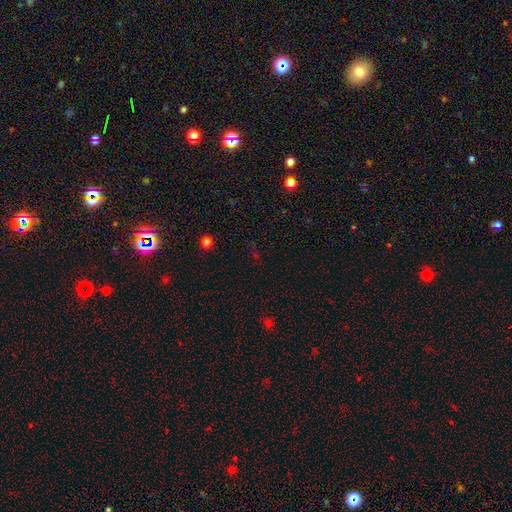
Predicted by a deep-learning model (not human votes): A star or artifact, not a galaxy (62%).

Vote fractions:
- Smooth or featured? star or artifact: 62% / smooth: 30% / featured or disk: 8%